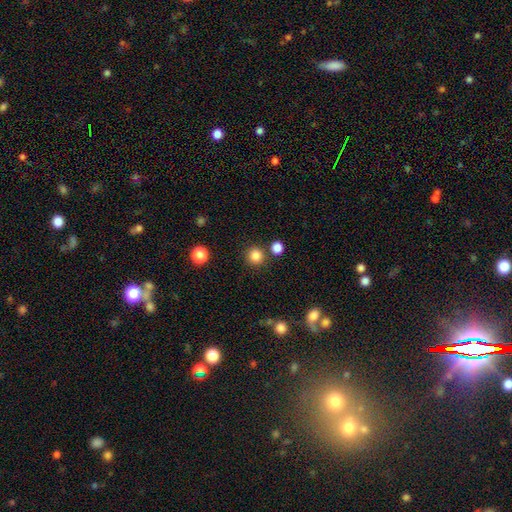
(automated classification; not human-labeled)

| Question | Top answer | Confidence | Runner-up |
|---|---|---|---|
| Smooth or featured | smooth | 84% | star or artifact (12%) |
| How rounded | round | 94% | in between (5%) |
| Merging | none | 86% | minor disturbance (6%) |